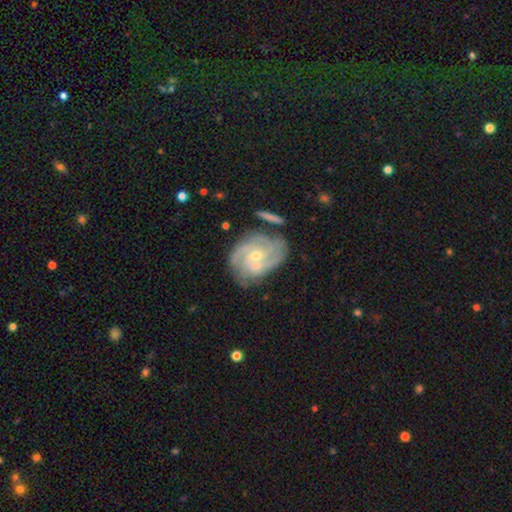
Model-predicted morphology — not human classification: Overall: featured or disk (86%). Edge-on disk: no (97%). Bar: no (61%; weak 32%). Spiral arms: yes (96%). Spiral arm count: 3 (35%; 2 25%). Spiral winding: tight (59%; medium 34%). Bulge size: small (58%; moderate 39%). Merging: none (66%).